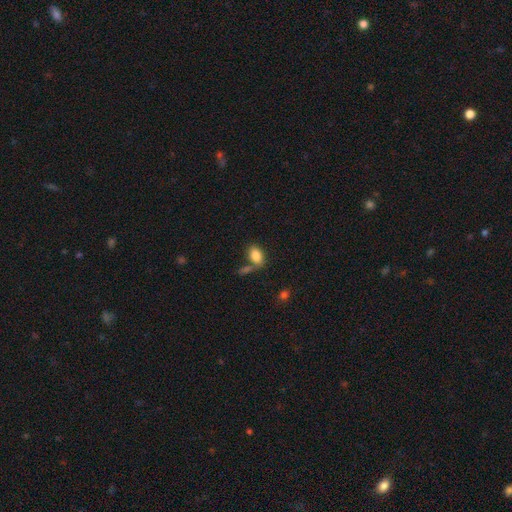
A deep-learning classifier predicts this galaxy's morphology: Smooth or featured? smooth (84%)
How rounded? in between (90%)
Merging? none (62%)